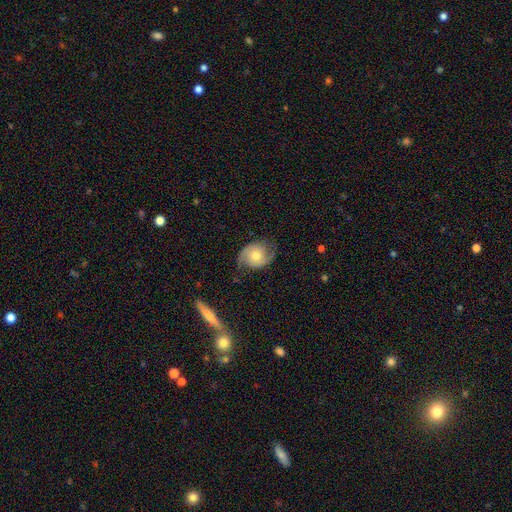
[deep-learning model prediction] Overall: featured or disk (70%). Edge-on disk: no (97%). Bar: no (73%). Spiral arms: yes (93%). Spiral arm count: 2 (89%). Spiral winding: medium (44%; loose 34%). Bulge size: moderate (66%). Merging: none (71%).